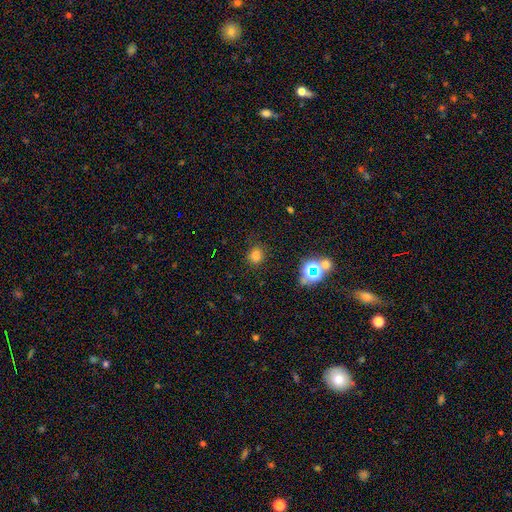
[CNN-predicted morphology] smooth 74%, star or artifact 21%, featured or disk 5%. Down the decision tree: how rounded — round (71%); merging — none (79%).